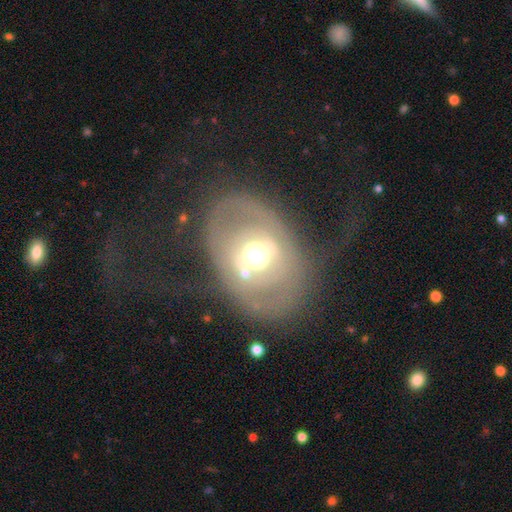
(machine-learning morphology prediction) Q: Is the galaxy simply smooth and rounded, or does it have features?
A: featured or disk — 61%.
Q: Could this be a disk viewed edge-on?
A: no — 93%.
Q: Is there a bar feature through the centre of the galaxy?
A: no — 54%.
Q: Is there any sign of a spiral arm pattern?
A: no — 76%.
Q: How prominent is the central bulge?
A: moderate — 60%.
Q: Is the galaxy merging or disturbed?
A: none — 63%.